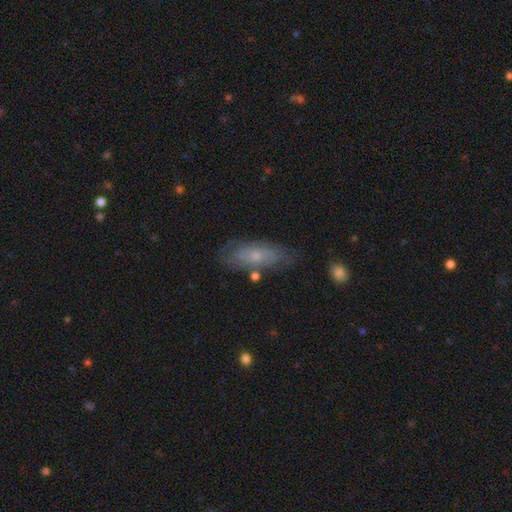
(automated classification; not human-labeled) Smooth or featured?
  - featured or disk: 48% *
  - smooth: 44%
  - star or artifact: 8%
Merging?
  - none: 69% *
  - minor disturbance: 21%
  - major disturbance: 7%
  - merger: 4%